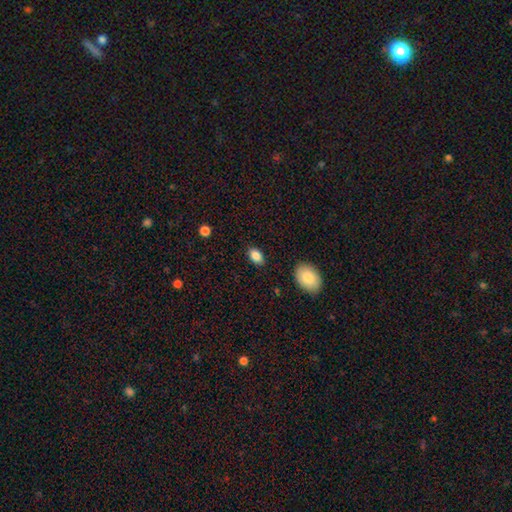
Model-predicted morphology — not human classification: A smooth galaxy with no disk features (86%) that is in between round and cigar-shaped (89%).

Vote fractions:
- Smooth or featured? smooth: 86% / star or artifact: 8% / featured or disk: 6%
- How rounded? in between: 89% / round: 9% / cigar-shaped: 2%
- Merging? none: 87% / minor disturbance: 10% / major disturbance: 2% / merger: 2%